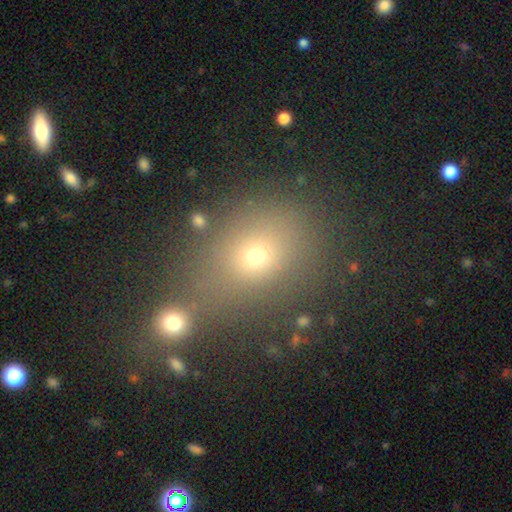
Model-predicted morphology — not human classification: Q: Smooth or featured?
A: smooth (68%); runner-up: star or artifact (20%)
Q: How rounded?
A: in between (53%); runner-up: round (45%)
Q: Merging?
A: none (60%); runner-up: merger (22%)